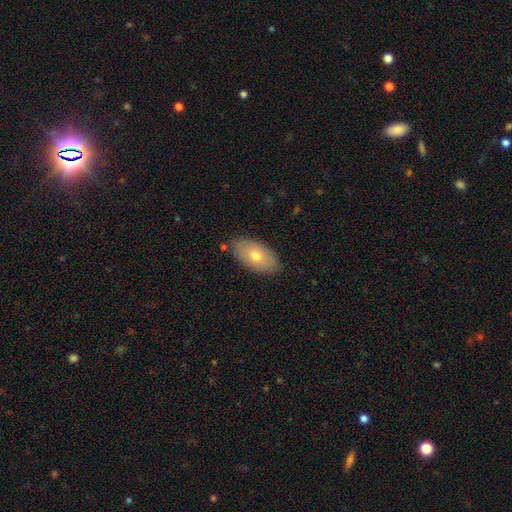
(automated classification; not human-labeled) Smooth or featured?
  - smooth: 68% *
  - featured or disk: 25%
  - star or artifact: 7%
How rounded?
  - in between: 93% *
  - round: 4%
  - cigar-shaped: 4%
Merging?
  - none: 84% *
  - minor disturbance: 12%
  - major disturbance: 2%
  - merger: 2%